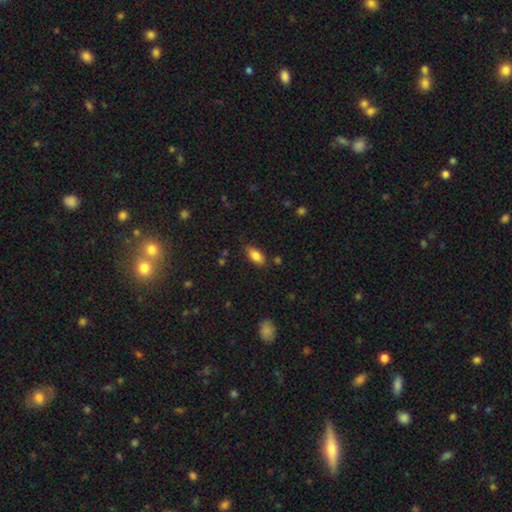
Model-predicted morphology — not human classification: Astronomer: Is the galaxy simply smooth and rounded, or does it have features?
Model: smooth — 84%.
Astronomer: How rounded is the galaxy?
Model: in between — 88%.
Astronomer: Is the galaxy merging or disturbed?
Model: none — 79%.